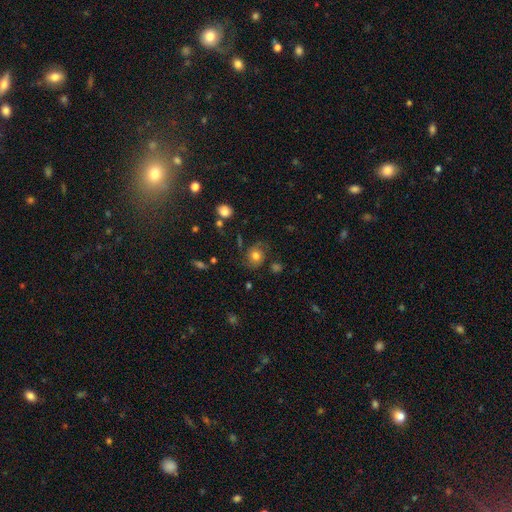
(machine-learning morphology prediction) smooth 53%, featured or disk 34%, star or artifact 12%. Down the decision tree: how rounded — round (71%); merging — none (65%).